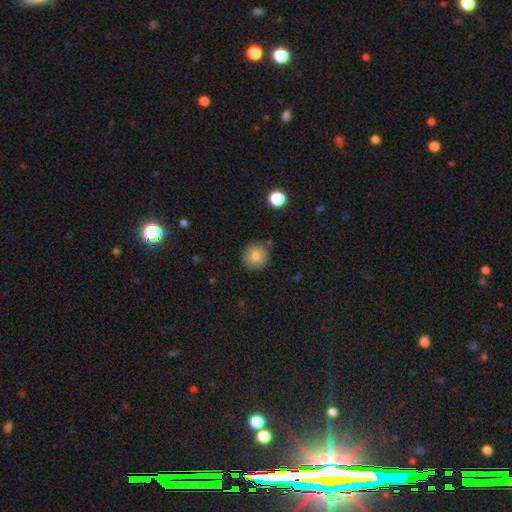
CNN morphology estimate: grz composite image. It shows a smooth galaxy with no disk features (82%) that is round (93%). Merging: none (84%).